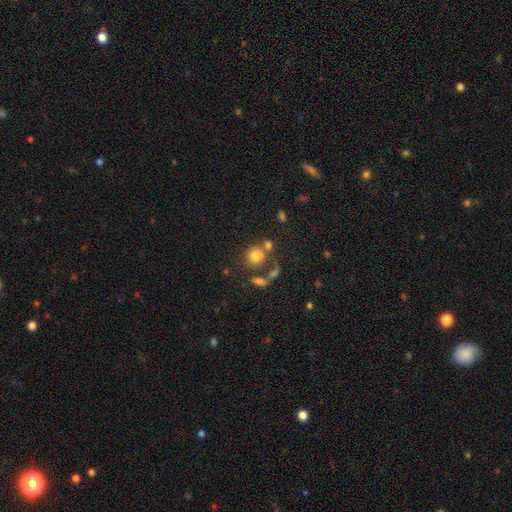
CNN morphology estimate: Overall: smooth (74%). How rounded: round (75%). Merging: none (47%; merger 31%).